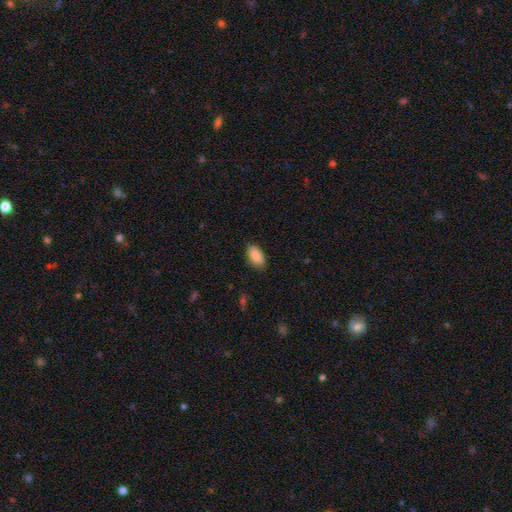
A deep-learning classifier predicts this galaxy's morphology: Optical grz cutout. It shows a smooth galaxy with no disk features (90%) that is in between round and cigar-shaped (94%). Merging: none (86%).